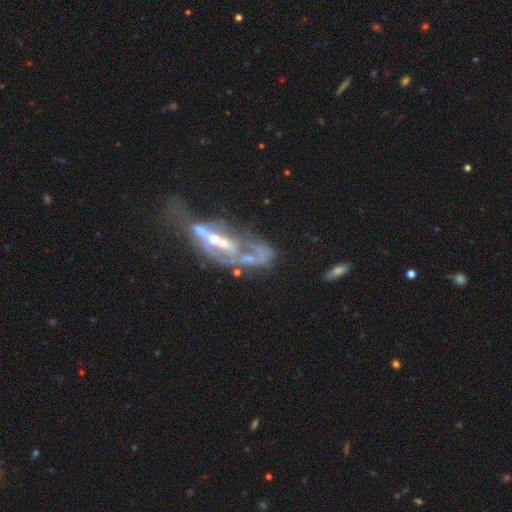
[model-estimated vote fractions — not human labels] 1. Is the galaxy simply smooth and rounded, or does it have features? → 74% featured or disk, 15% smooth, 10% star or artifact.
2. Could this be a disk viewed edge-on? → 84% no, 16% yes.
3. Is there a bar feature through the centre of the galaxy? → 65% no, 21% weak, 14% strong.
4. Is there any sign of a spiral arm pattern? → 62% no, 38% yes.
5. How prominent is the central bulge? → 50% moderate, 32% small, 9% none, 7% large, 2% dominant.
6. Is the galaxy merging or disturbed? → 43% merger, 30% major disturbance, 16% none, 11% minor disturbance.